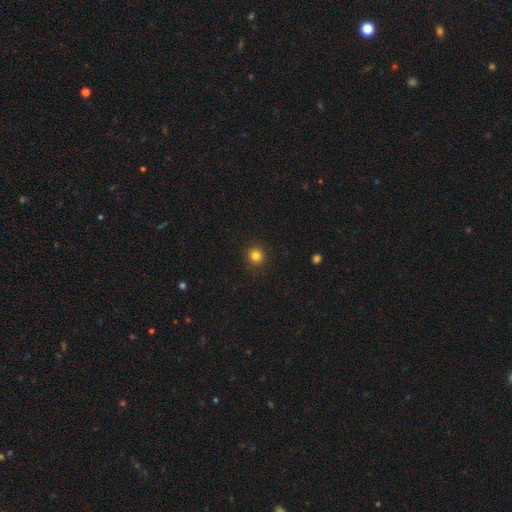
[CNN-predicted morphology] This appears to be a smooth galaxy with no disk features (83%) that is round (93%). Merging: none (91%).